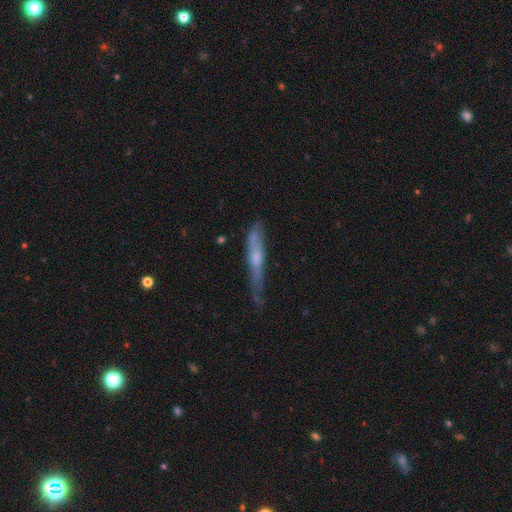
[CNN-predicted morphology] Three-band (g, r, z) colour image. It shows a featured or disk galaxy (51%) viewed edge-on (78%). Merging: none (50%).